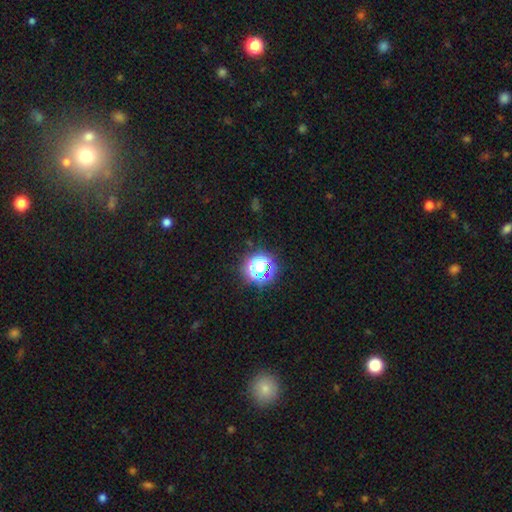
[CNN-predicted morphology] A star or artifact, not a galaxy (68%).